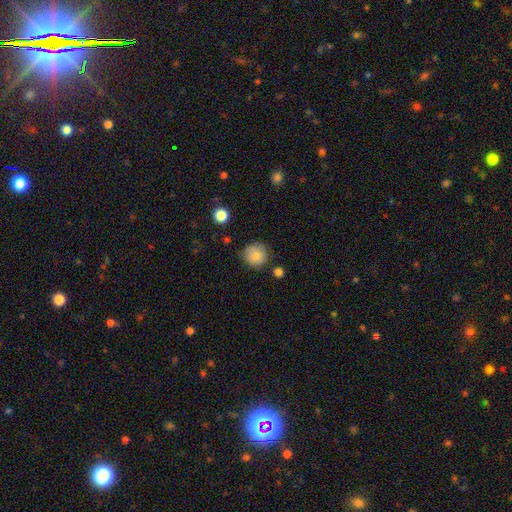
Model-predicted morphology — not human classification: smooth-or-featured: smooth: 82% | star or artifact: 10% | featured or disk: 8%
  how-rounded: round: 94% | in between: 6% | cigar-shaped: 1%
  merging: none: 80% | minor disturbance: 14% | merger: 3% | major disturbance: 3%